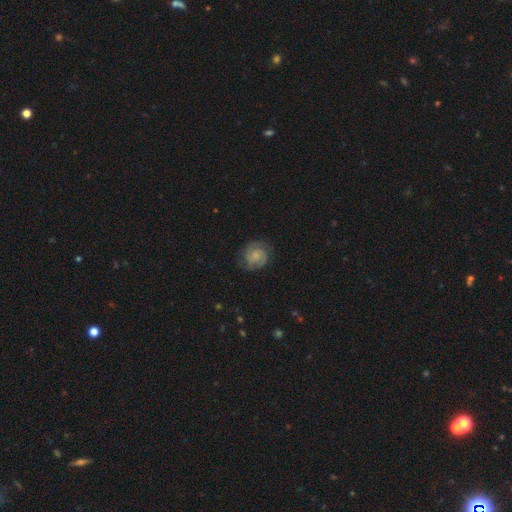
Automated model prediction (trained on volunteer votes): smooth-or-featured: featured or disk: 68% | smooth: 24% | star or artifact: 8%
  disk-edge-on: no: 98% | yes: 2%
    bar: no: 67% | weak: 28% | strong: 5%
    has-spiral-arms: yes: 95% | no: 5%
      spiral-winding: tight: 50% | medium: 39% | loose: 10%
      spiral-arm-count: 2: 81% | can't tell: 9% | 3: 5% | 1: 3% | 4: 2% | more than 4: 2%
    bulge-size: small: 50% | none: 26% | moderate: 20% | large: 3% | dominant: 1%
  merging: none: 77% | minor disturbance: 15% | major disturbance: 6% | merger: 1%